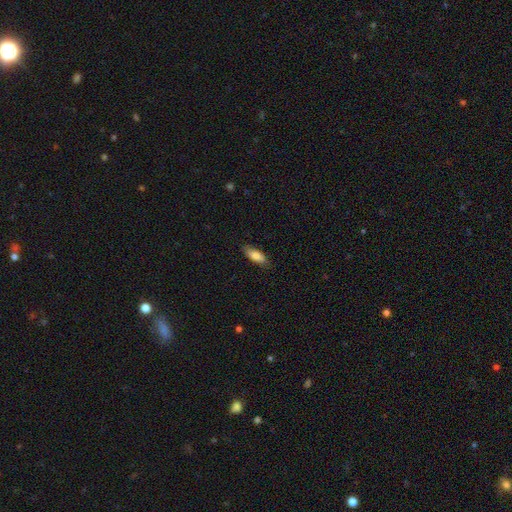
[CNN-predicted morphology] This is likely a smooth galaxy (80%). How rounded: likely in between (73%). Merging: clearly none (81%).